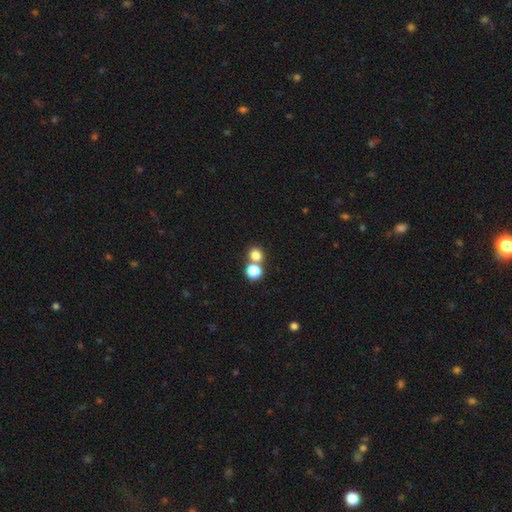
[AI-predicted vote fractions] A smooth galaxy with no disk features (78%) that is round (82%). Merging: none (57%).